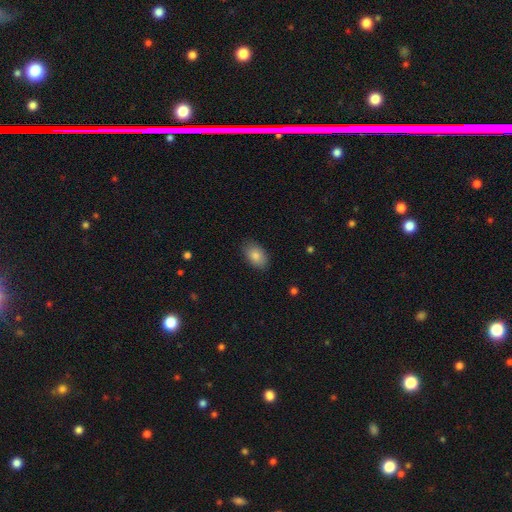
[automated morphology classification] A smooth galaxy with no disk features (85%) that is in between round and cigar-shaped (91%).

Vote fractions:
- Smooth or featured? smooth: 85% / featured or disk: 8% / star or artifact: 7%
- How rounded? in between: 91% / round: 8% / cigar-shaped: 1%
- Merging? none: 84% / minor disturbance: 12% / major disturbance: 3% / merger: 1%